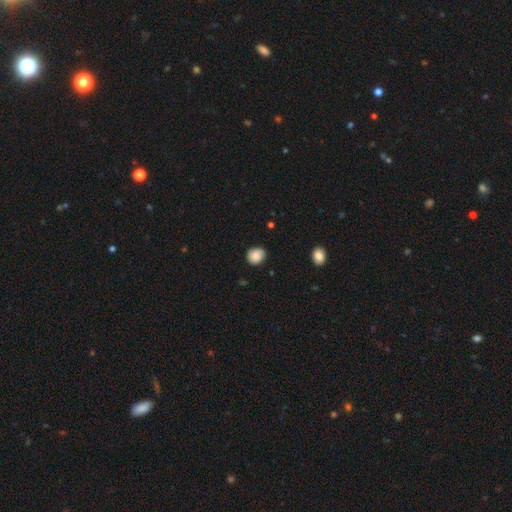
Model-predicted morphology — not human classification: This is clearly a smooth galaxy (82%). How rounded: likely round (74%). Merging: likely none (75%).